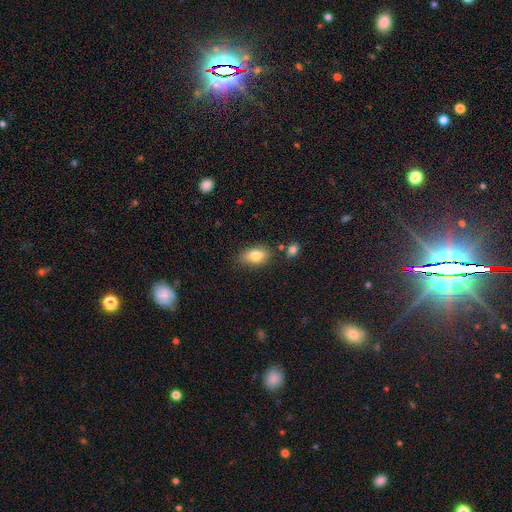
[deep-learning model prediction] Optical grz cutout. It shows a smooth galaxy with no disk features (80%) that is in between round and cigar-shaped (89%). Merging: none (77%).